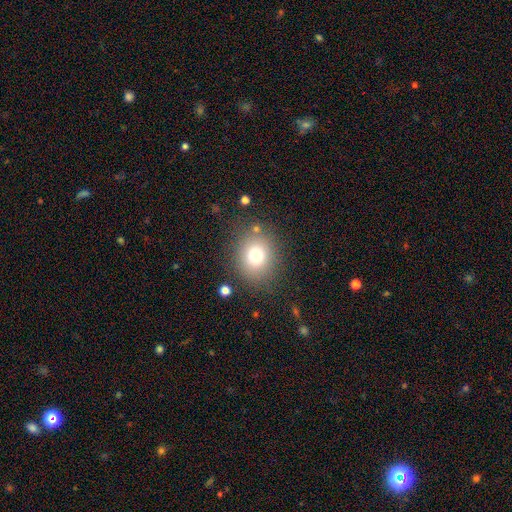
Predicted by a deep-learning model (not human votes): A smooth galaxy with no disk features (74%) that is round (74%). Merging: none (81%).